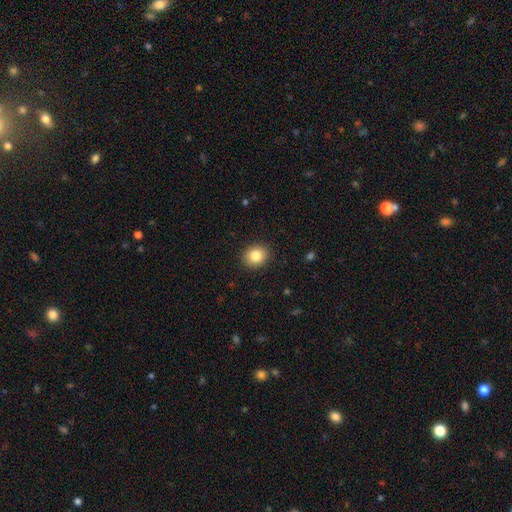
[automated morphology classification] type=smooth (83%); roundness=round (74%); merging=none (91%).